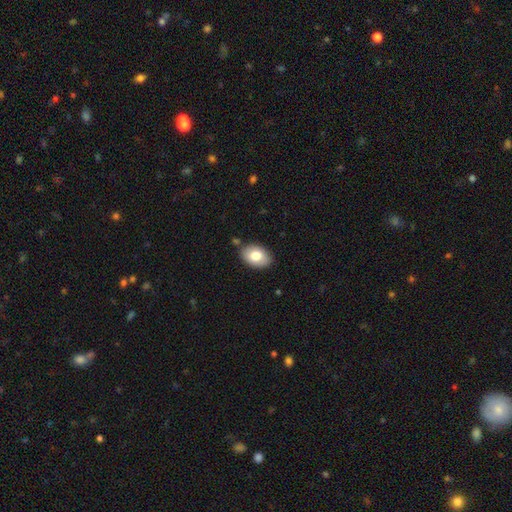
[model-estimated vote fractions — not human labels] A smooth galaxy with no disk features (79%) that is in between round and cigar-shaped (86%).

Vote fractions:
- Smooth or featured? smooth: 79% / featured or disk: 14% / star or artifact: 7%
- How rounded? in between: 86% / round: 13% / cigar-shaped: 1%
- Merging? none: 84% / minor disturbance: 11% / merger: 3% / major disturbance: 2%